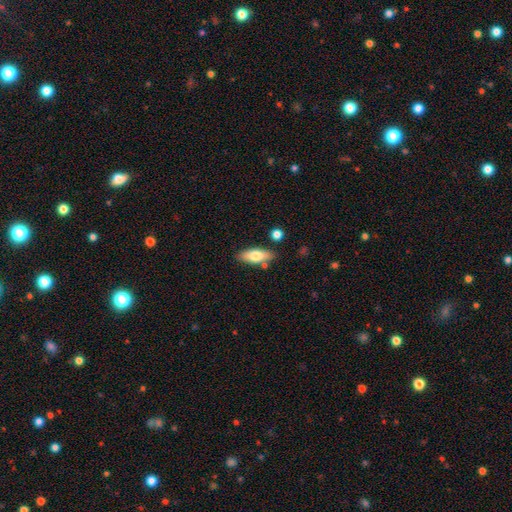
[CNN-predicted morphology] Q: Smooth or featured?
A: smooth (71%); runner-up: featured or disk (23%)
Q: How rounded?
A: in between (69%); runner-up: cigar-shaped (28%)
Q: Merging?
A: none (79%); runner-up: minor disturbance (12%)